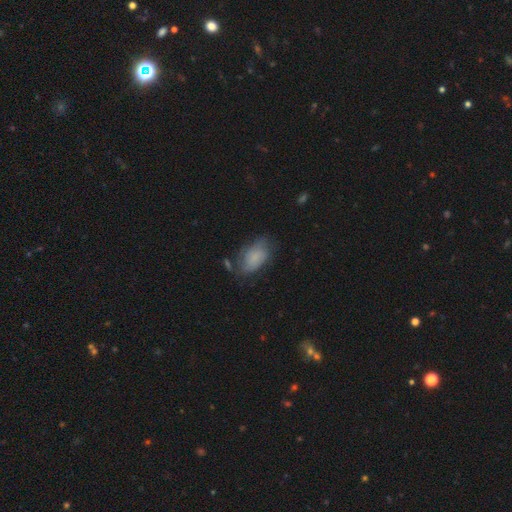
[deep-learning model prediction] smooth 70%, featured or disk 21%, star or artifact 8%. Down the decision tree: how rounded — in between (91%); merging — none (54%).